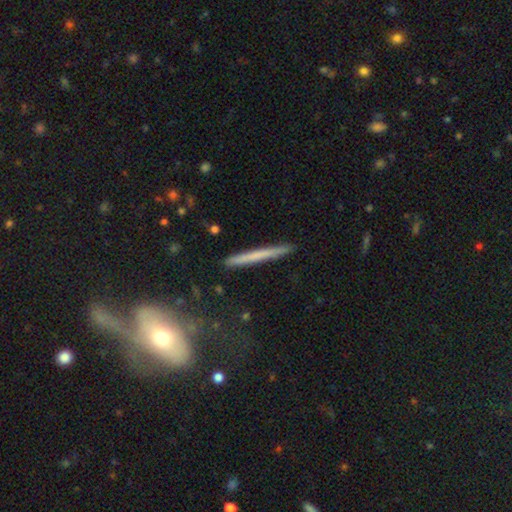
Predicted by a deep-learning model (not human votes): A smooth galaxy with no disk features (51%) that is cigar-shaped (96%).

Vote fractions:
- Smooth or featured? smooth: 51% / featured or disk: 42% / star or artifact: 7%
- How rounded? cigar-shaped: 96% / in between: 2% / round: 2%
- Merging? none: 89% / minor disturbance: 8% / merger: 2% / major disturbance: 2%